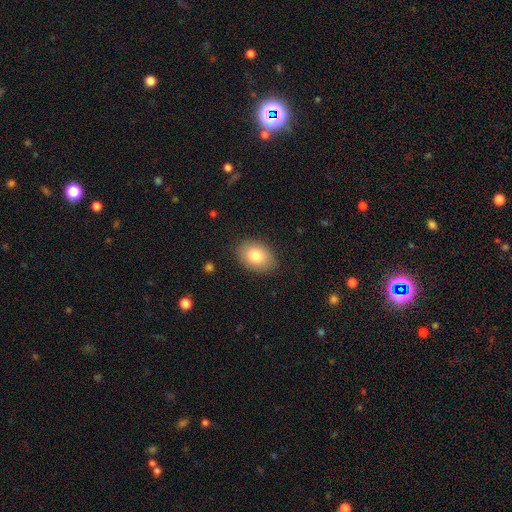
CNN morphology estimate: Smooth or featured? Predicted: smooth (p=0.81). How rounded? Predicted: in between (p=0.81). Merging? Predicted: none (p=0.85).